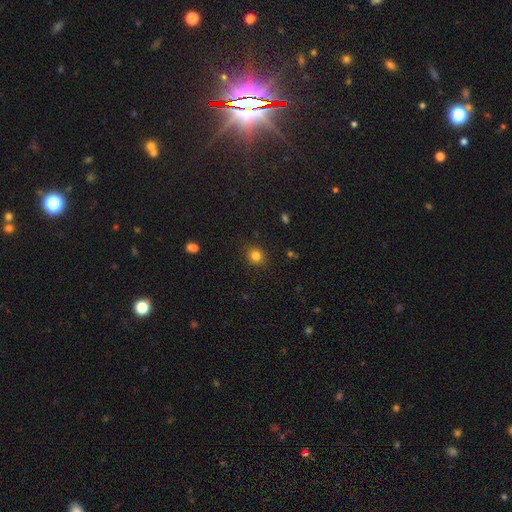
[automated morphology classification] Q: Smooth or featured?
A: smooth (82%); runner-up: star or artifact (13%)
Q: How rounded?
A: round (81%); runner-up: in between (19%)
Q: Merging?
A: none (87%); runner-up: minor disturbance (9%)